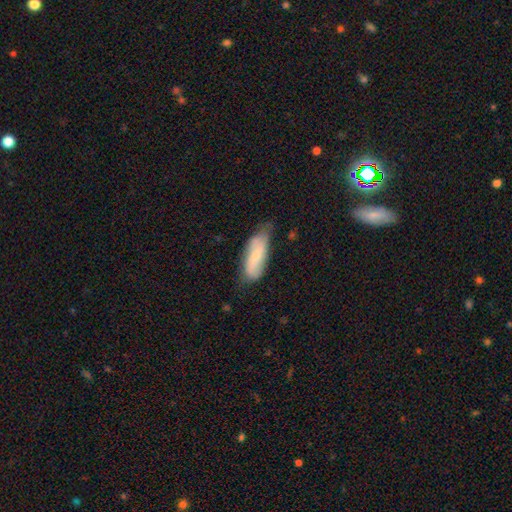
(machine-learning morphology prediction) Overall: smooth (59%; featured or disk 33%). How rounded: in between (62%; cigar-shaped 36%). Merging: none (59%; minor disturbance 32%).